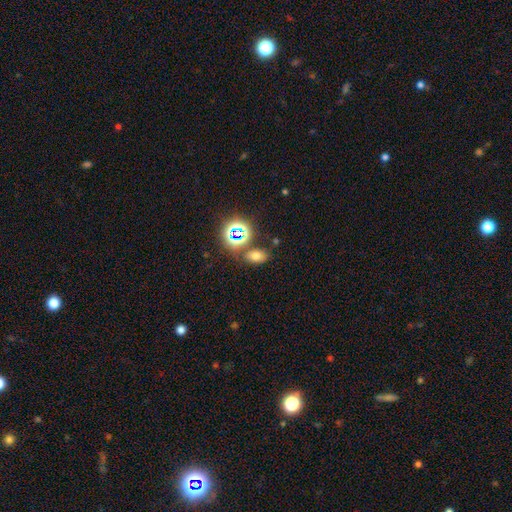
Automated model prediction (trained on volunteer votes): This is likely a smooth galaxy (63%). How rounded: clearly in between (82%). Merging: likely none (75%).